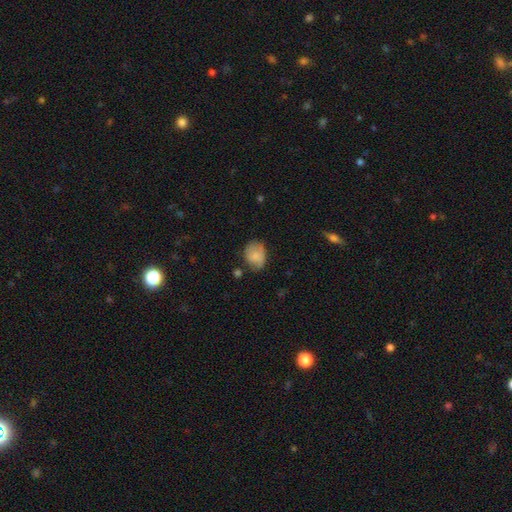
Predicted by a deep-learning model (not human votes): Smooth or featured? Predicted: smooth (p=0.77). How rounded? Predicted: in between (p=0.55). Merging? Predicted: none (p=0.56).